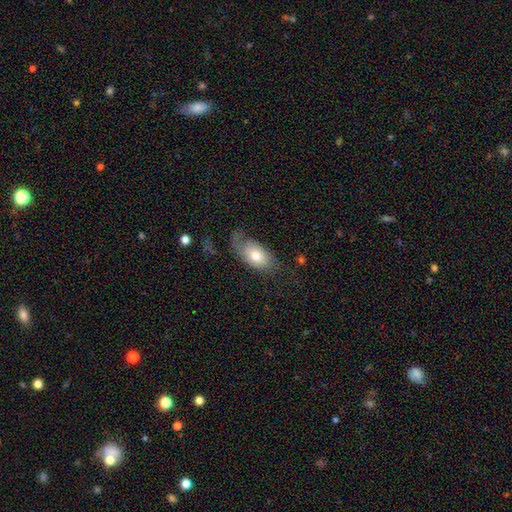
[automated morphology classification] This is likely a smooth galaxy (67%). How rounded: clearly in between (90%). Merging: possibly none (45%).